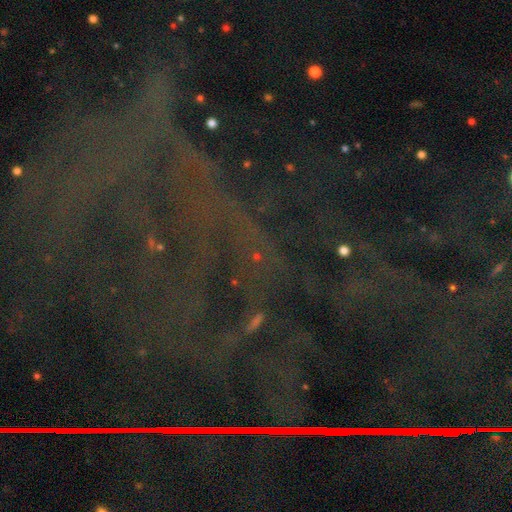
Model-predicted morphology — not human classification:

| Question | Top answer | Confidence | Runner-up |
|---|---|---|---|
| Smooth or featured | star or artifact | 86% | featured or disk (7%) |